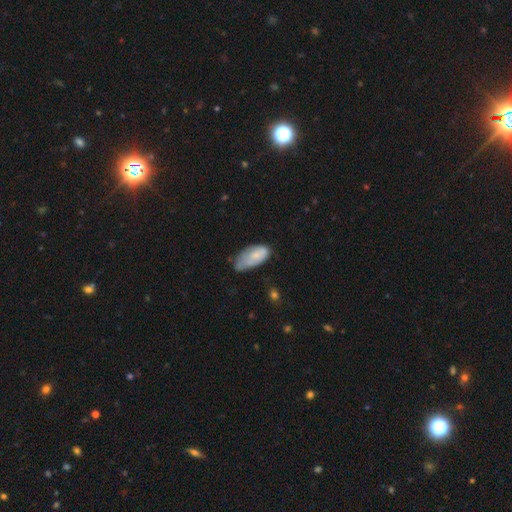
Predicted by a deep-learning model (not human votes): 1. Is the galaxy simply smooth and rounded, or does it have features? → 70% smooth, 23% featured or disk, 7% star or artifact.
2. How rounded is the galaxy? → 91% in between, 6% cigar-shaped, 3% round.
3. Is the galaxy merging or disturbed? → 45% minor disturbance, 31% none, 19% major disturbance, 5% merger.